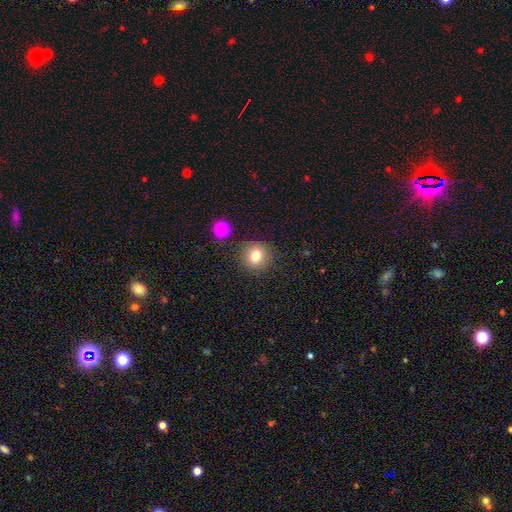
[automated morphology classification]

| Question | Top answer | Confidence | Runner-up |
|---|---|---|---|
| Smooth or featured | smooth | 78% | star or artifact (12%) |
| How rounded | round | 83% | in between (16%) |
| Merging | none | 86% | minor disturbance (8%) |